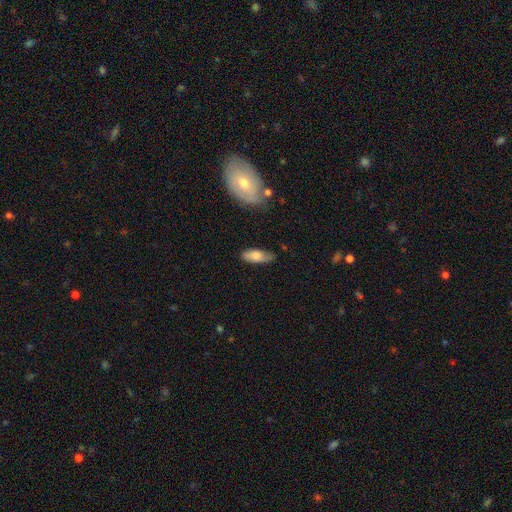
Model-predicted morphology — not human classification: A smooth galaxy with no disk features (72%) that is in between round and cigar-shaped (73%).

Vote fractions:
- Smooth or featured? smooth: 72% / featured or disk: 22% / star or artifact: 6%
- How rounded? in between: 73% / cigar-shaped: 25% / round: 3%
- Merging? none: 71% / minor disturbance: 22% / major disturbance: 4% / merger: 2%